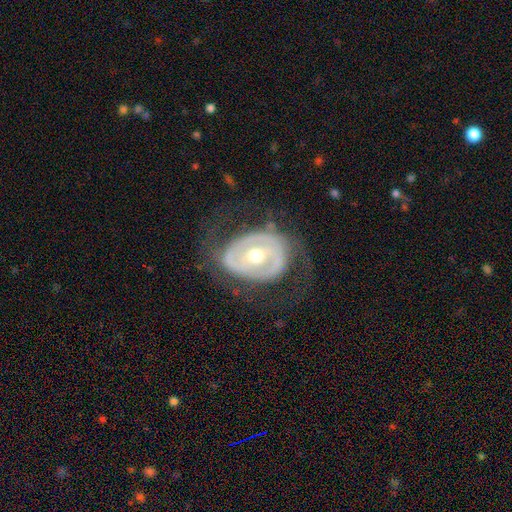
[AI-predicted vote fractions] Smooth or featured: featured or disk — 76% (smooth — 19%)
Edge-on disk: no — 95% (yes — 5%)
Bar: no — 48% (weak — 30%)
Spiral arms: no — 51% (yes — 49%)
Bulge size: moderate — 69% (small — 25%)
Merging: none — 61% (major disturbance — 19%)